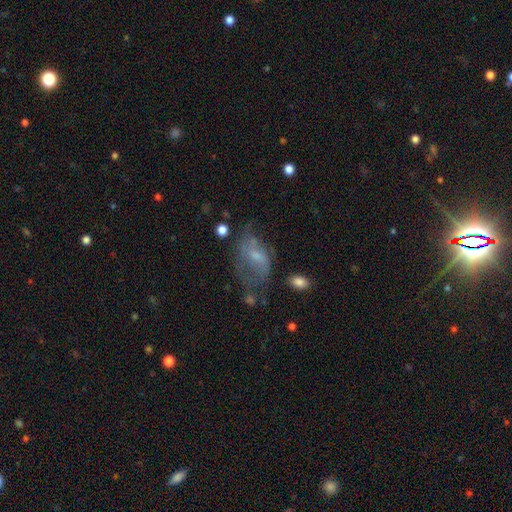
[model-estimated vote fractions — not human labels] Smooth or featured? featured or disk (51%)
Edge-on disk? no (95%)
Merging? major disturbance (35%, tied with none)